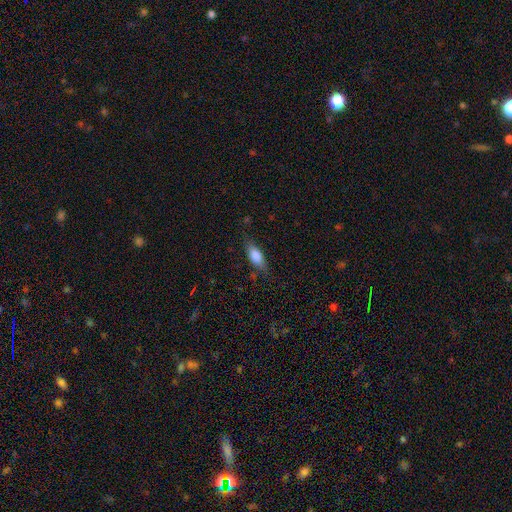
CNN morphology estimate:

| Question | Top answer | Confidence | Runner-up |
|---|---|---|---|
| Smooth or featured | smooth | 77% | featured or disk (16%) |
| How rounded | in between | 77% | cigar-shaped (20%) |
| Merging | none | 71% | minor disturbance (21%) |